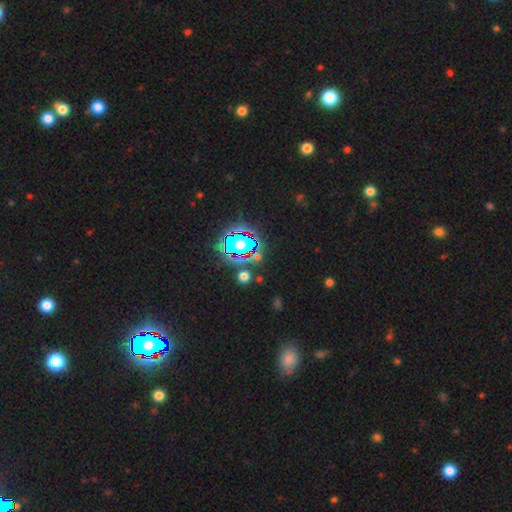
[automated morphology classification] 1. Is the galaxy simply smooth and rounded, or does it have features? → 70% star or artifact, 19% smooth, 11% featured or disk.